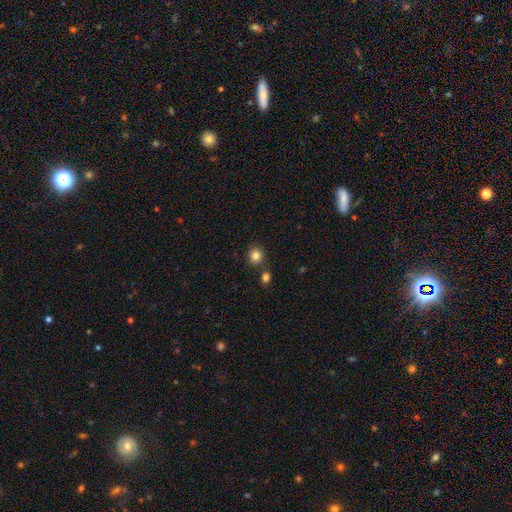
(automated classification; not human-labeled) A smooth galaxy with no disk features (84%) that is round (87%).

Vote fractions:
- Smooth or featured? smooth: 84% / star or artifact: 11% / featured or disk: 5%
- How rounded? round: 87% / in between: 12% / cigar-shaped: 1%
- Merging? none: 78% / merger: 11% / minor disturbance: 9% / major disturbance: 2%